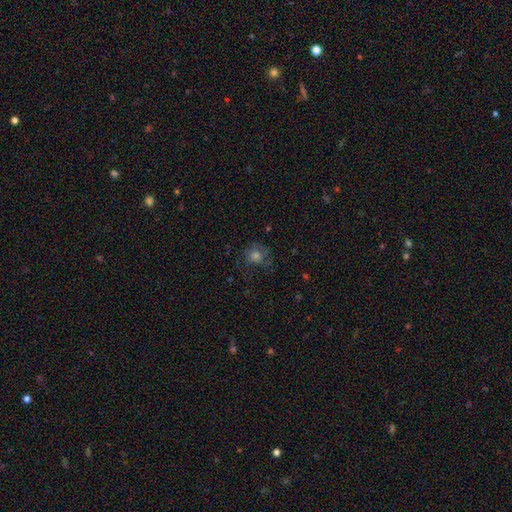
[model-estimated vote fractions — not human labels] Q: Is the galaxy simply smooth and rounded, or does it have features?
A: smooth — 53%.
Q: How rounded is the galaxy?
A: round — 78%.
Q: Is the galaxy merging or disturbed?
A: none — 61%.